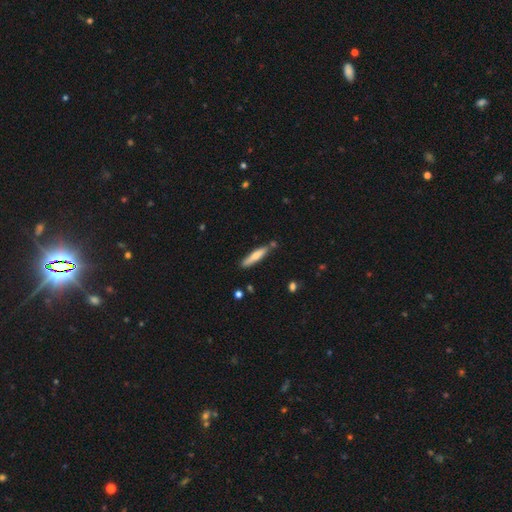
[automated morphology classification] This appears to be a smooth galaxy with no disk features (64%) that is cigar-shaped (88%). Merging: none (79%).